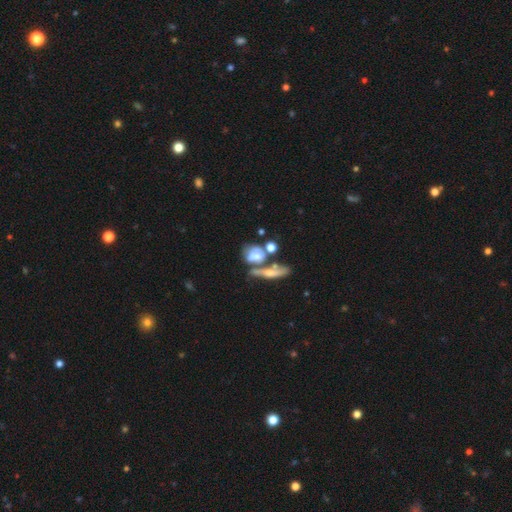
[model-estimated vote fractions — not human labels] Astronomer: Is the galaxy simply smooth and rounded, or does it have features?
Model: smooth — 45% (runner-up: featured or disk, 44%).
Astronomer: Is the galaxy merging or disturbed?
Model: merger — 46% (runner-up: none, 28%).